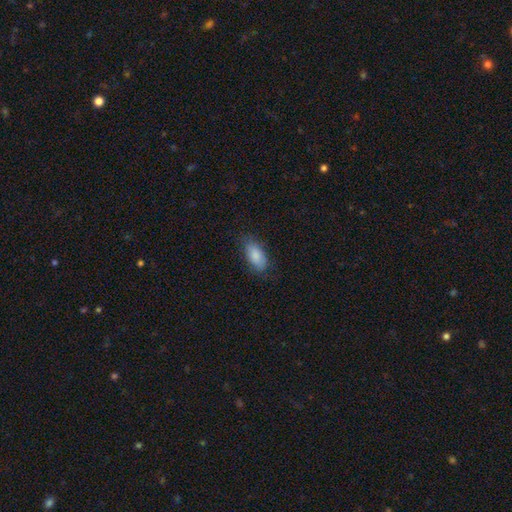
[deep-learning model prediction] A smooth galaxy with no disk features (86%) that is in between round and cigar-shaped (90%).

Vote fractions:
- Smooth or featured? smooth: 86% / featured or disk: 7% / star or artifact: 6%
- How rounded? in between: 90% / cigar-shaped: 8% / round: 2%
- Merging? none: 79% / minor disturbance: 16% / major disturbance: 4% / merger: 1%